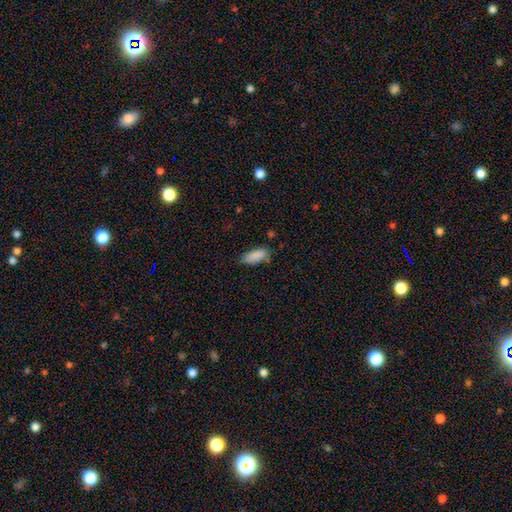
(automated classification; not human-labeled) A smooth galaxy with no disk features (87%) that is in between round and cigar-shaped (84%).

Vote fractions:
- Smooth or featured? smooth: 87% / star or artifact: 7% / featured or disk: 5%
- How rounded? in between: 84% / cigar-shaped: 14% / round: 2%
- Merging? none: 68% / minor disturbance: 24% / major disturbance: 5% / merger: 3%